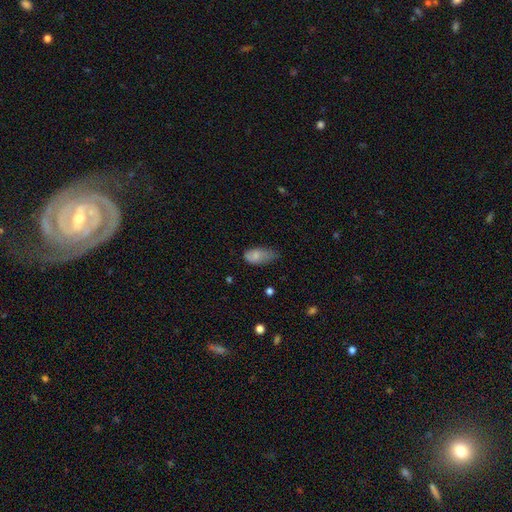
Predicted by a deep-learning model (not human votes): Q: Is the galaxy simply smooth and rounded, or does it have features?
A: smooth — 79%.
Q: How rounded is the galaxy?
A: in between — 92%.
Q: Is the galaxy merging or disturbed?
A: minor disturbance — 46%.